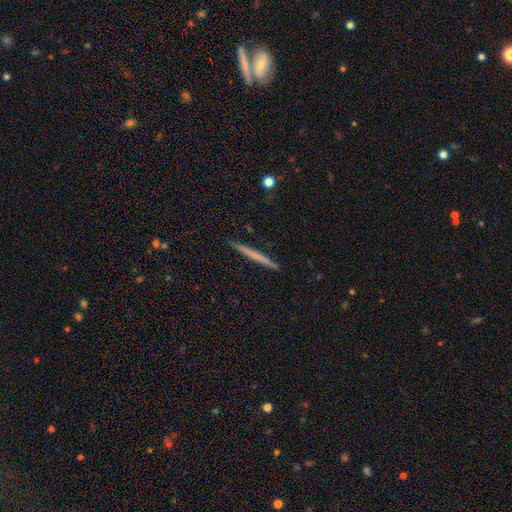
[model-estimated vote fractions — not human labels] Smooth or featured? Predicted: smooth (p=0.57). How rounded? Predicted: cigar-shaped (p=0.97). Merging? Predicted: none (p=0.92).